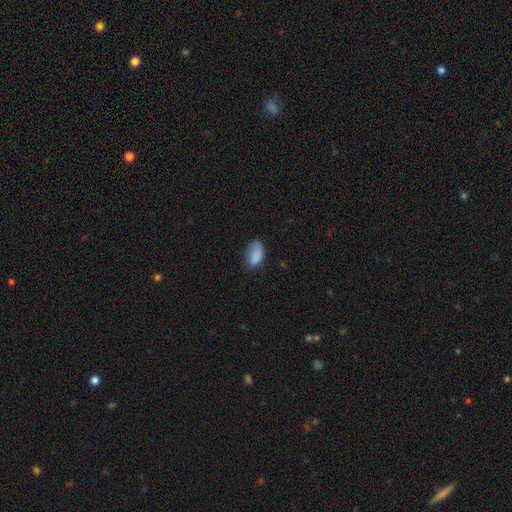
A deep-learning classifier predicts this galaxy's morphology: Smooth or featured? Predicted: smooth (p=0.83). How rounded? Predicted: in between (p=0.92). Merging? Predicted: none (p=0.53).